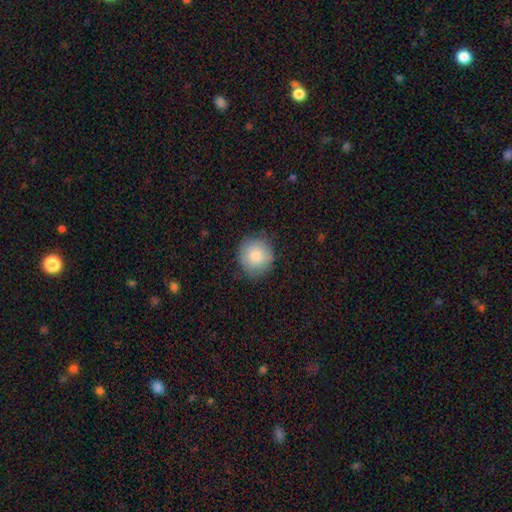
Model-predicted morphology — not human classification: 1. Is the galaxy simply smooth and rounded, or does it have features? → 83% smooth, 10% featured or disk, 8% star or artifact.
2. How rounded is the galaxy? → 89% round, 10% in between, 1% cigar-shaped.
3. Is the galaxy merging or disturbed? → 81% none, 15% minor disturbance, 3% major disturbance, 1% merger.